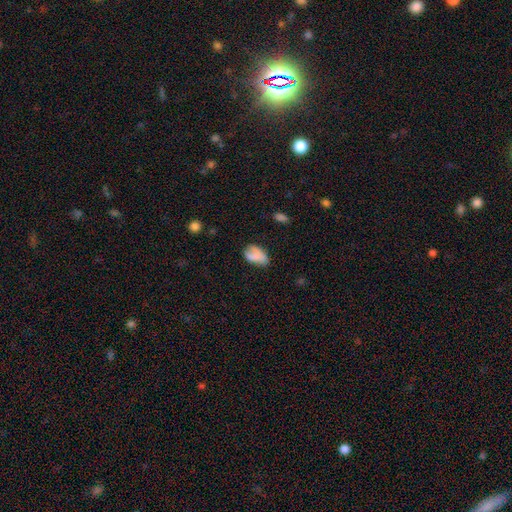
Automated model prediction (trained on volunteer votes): smooth 76%, featured or disk 15%, star or artifact 10%. Down the decision tree: how rounded — in between (91%); merging — none (50%).